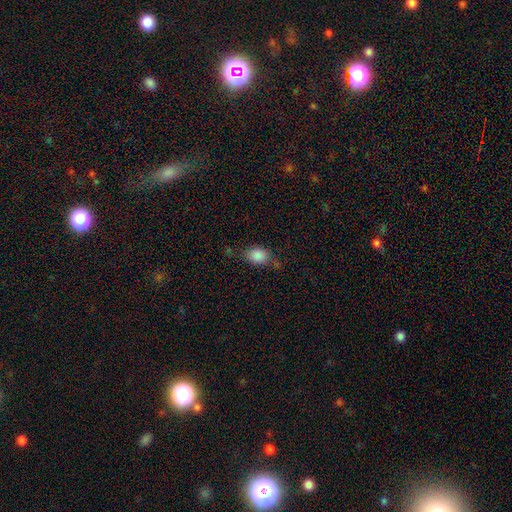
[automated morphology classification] type=smooth (85%); roundness=in between (67%); merging=none (64%).